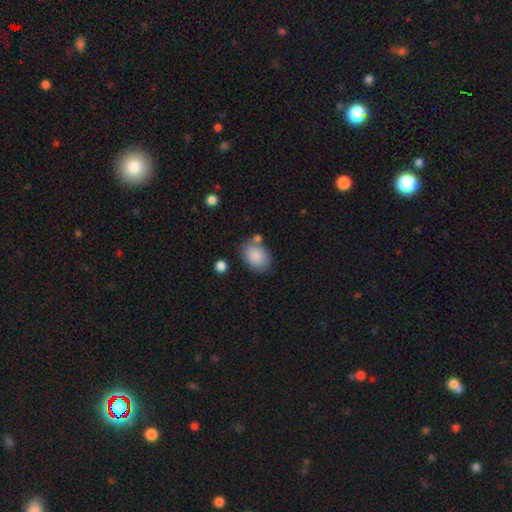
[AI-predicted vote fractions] This is clearly a smooth galaxy (87%). How rounded: likely in between (77%). Merging: likely none (68%).